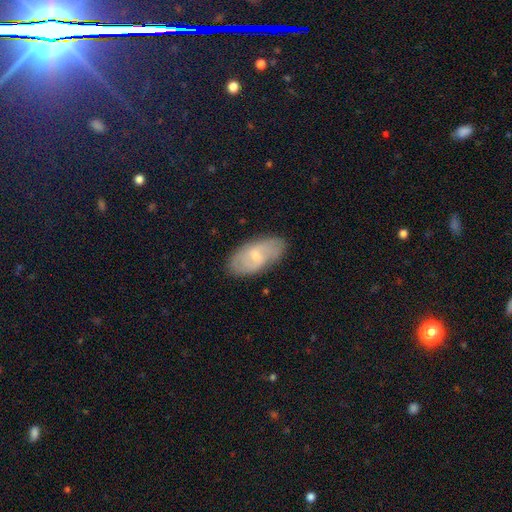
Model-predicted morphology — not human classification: A featured or disk galaxy (54%).

Vote fractions:
- Smooth or featured? featured or disk: 54% / smooth: 40% / star or artifact: 6%
- Edge-on disk? no: 92% / yes: 8%
- Merging? none: 80% / minor disturbance: 16% / major disturbance: 4% / merger: 1%